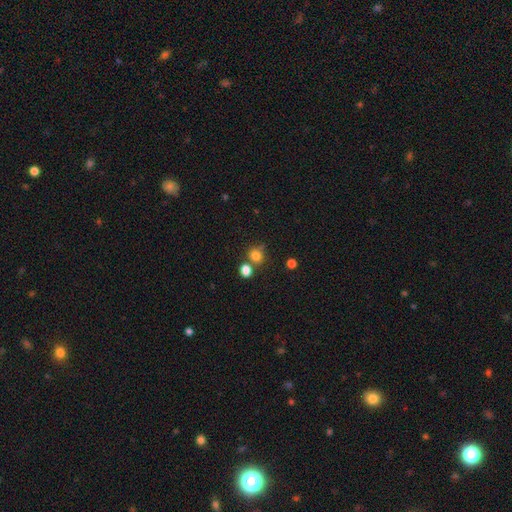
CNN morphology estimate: Smooth or featured? smooth (79%)
How rounded? round (82%)
Merging? none (63%)